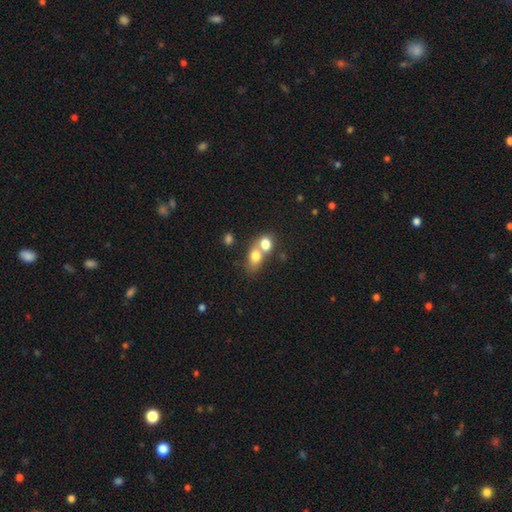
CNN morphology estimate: Overall: smooth (75%). How rounded: in between (59%; round 39%). Merging: merger (66%).